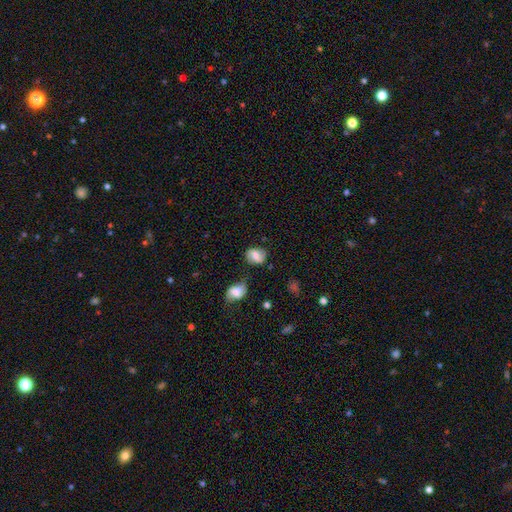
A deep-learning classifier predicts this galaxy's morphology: type=smooth (52%); roundness=in between (57%); merging=none (68%).